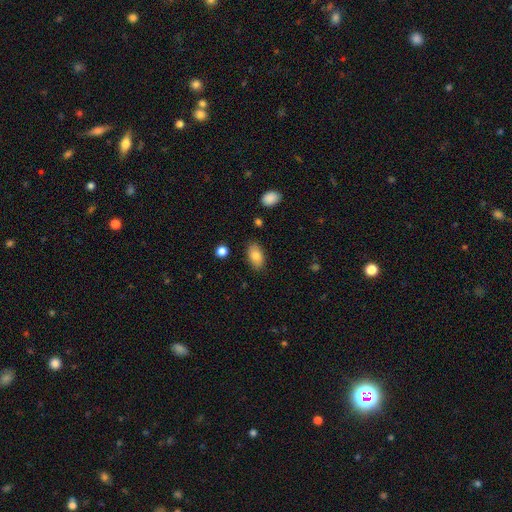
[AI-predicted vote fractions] The model was most divided on "smooth or featured": smooth: 82%, featured or disk: 10%, star or artifact: 7%. More confident: how rounded — in between (93%); merging — none (84%).